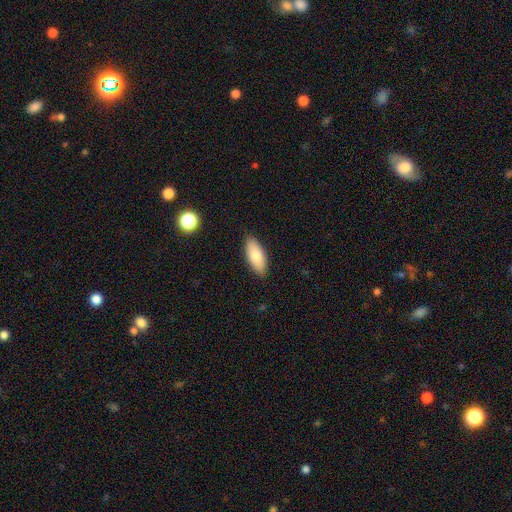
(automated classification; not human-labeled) Smooth or featured: smooth — 81% (featured or disk — 13%)
How rounded: in between — 82% (cigar-shaped — 16%)
Merging: none — 87% (minor disturbance — 10%)